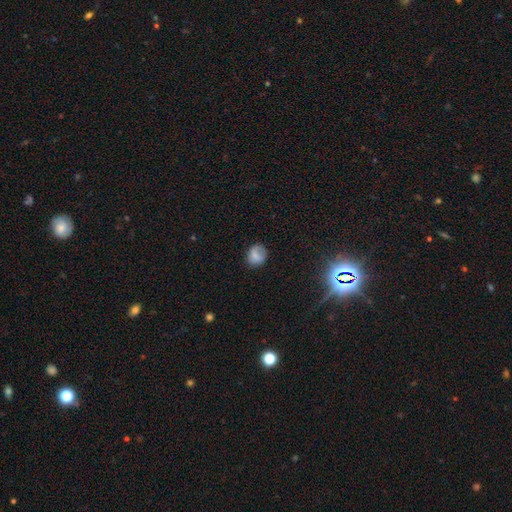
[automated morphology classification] A smooth galaxy with no disk features (70%) that is round (74%). Merging: none (71%).